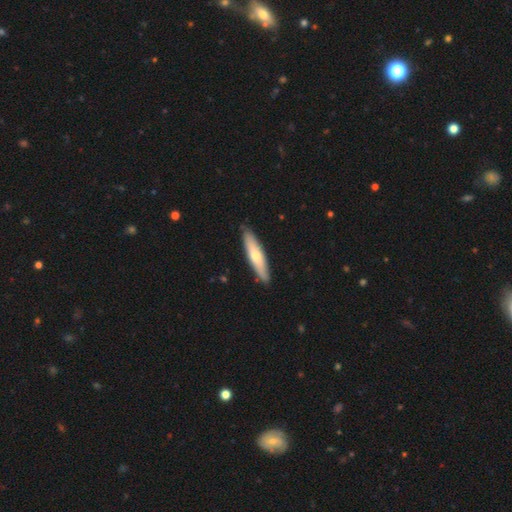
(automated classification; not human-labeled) smooth 59%, featured or disk 36%, star or artifact 5%. Down the decision tree: how rounded — cigar-shaped (78%); merging — none (88%).